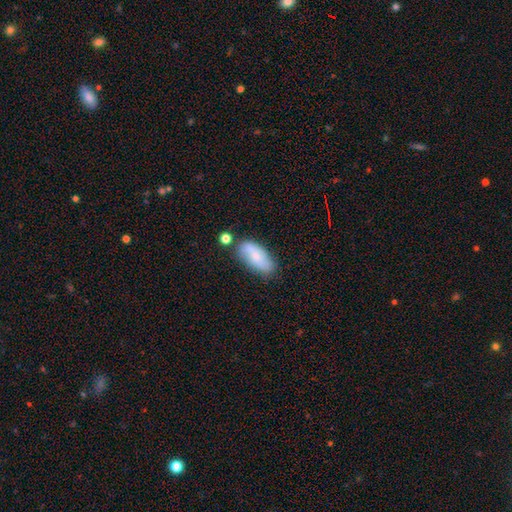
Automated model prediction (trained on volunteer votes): This appears to be a smooth galaxy with no disk features (59%) that is in between round and cigar-shaped (83%). Merging: none (70%).